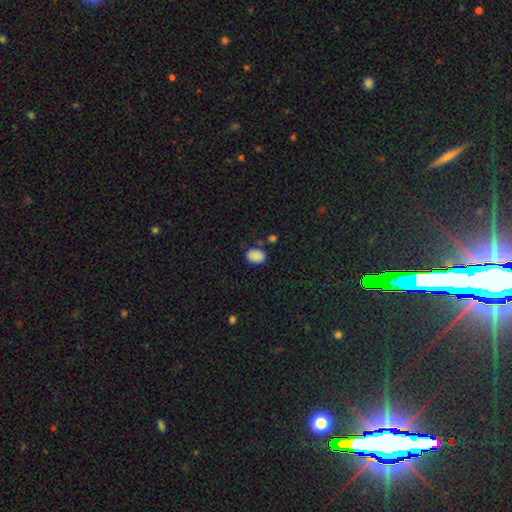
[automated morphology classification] smooth-or-featured: smooth: 86% | star or artifact: 10% | featured or disk: 4%
  how-rounded: in between: 73% | round: 26% | cigar-shaped: 1%
  merging: none: 76% | minor disturbance: 15% | merger: 5% | major disturbance: 4%